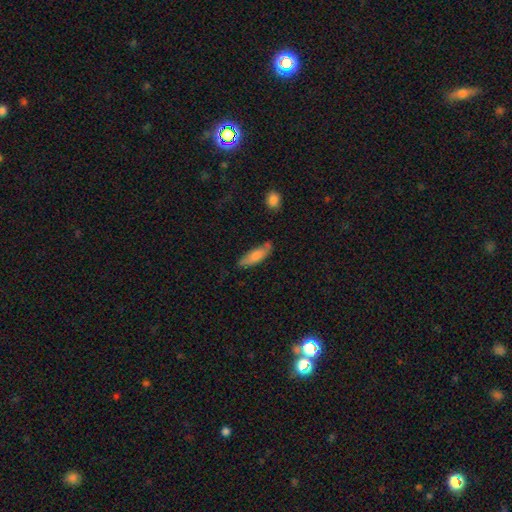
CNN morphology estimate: smooth_or_featured: smooth (p=0.75) [alt: featured or disk p=0.19]
how_rounded: in between (p=0.52) [alt: cigar-shaped p=0.46]
merging: none (p=0.67) [alt: minor disturbance p=0.24]